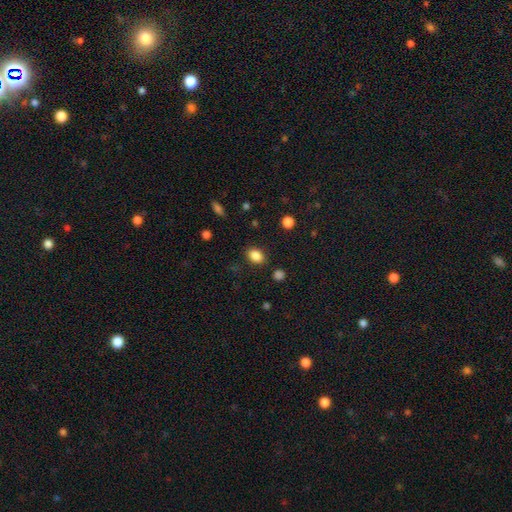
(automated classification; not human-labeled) smooth_or_featured: smooth (p=0.86) [alt: star or artifact p=0.10]
how_rounded: in between (p=0.73) [alt: round p=0.26]
merging: none (p=0.85) [alt: minor disturbance p=0.10]